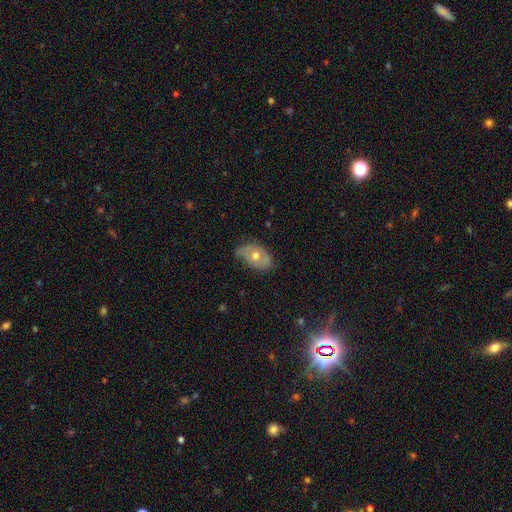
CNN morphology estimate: This appears to be a featured or disk galaxy (50%). Merging: none (53%).